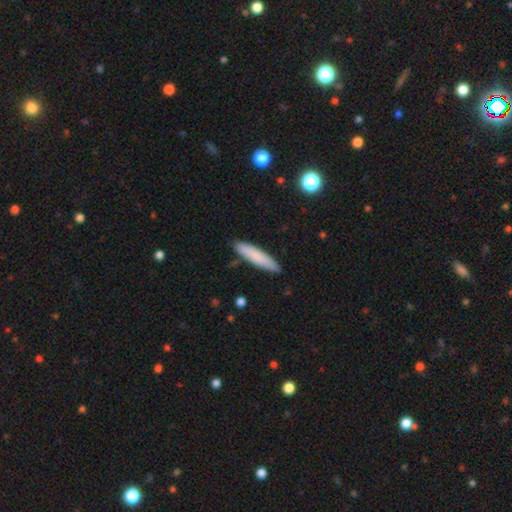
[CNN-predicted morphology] Overall: smooth (82%). How rounded: cigar-shaped (84%). Merging: none (88%).